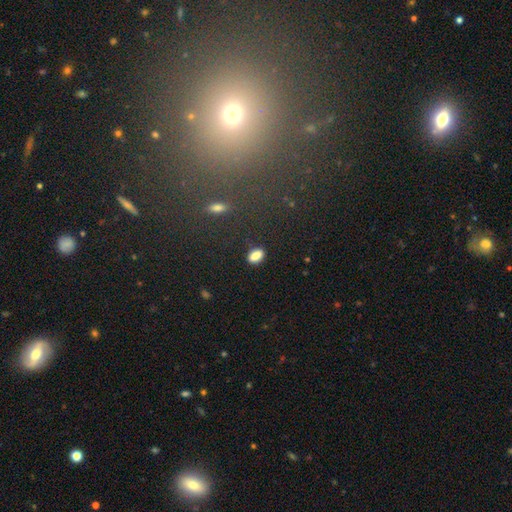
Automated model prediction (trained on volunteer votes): A smooth galaxy with no disk features (86%) that is in between round and cigar-shaped (89%).

Vote fractions:
- Smooth or featured? smooth: 86% / star or artifact: 9% / featured or disk: 5%
- How rounded? in between: 89% / round: 9% / cigar-shaped: 3%
- Merging? none: 84% / minor disturbance: 11% / major disturbance: 3% / merger: 2%